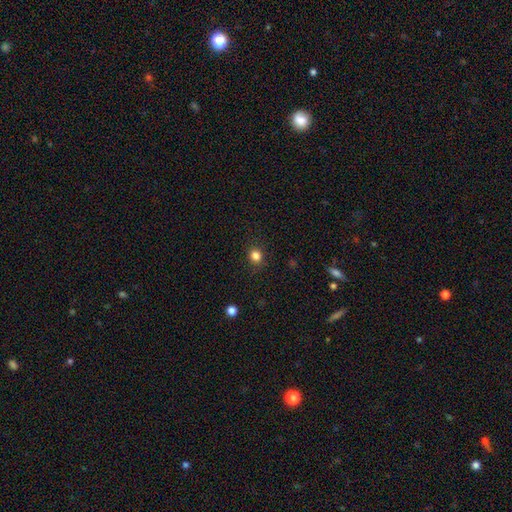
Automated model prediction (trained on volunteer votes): smooth 83%, star or artifact 13%, featured or disk 4%. Down the decision tree: how rounded — round (84%); merging — none (88%).